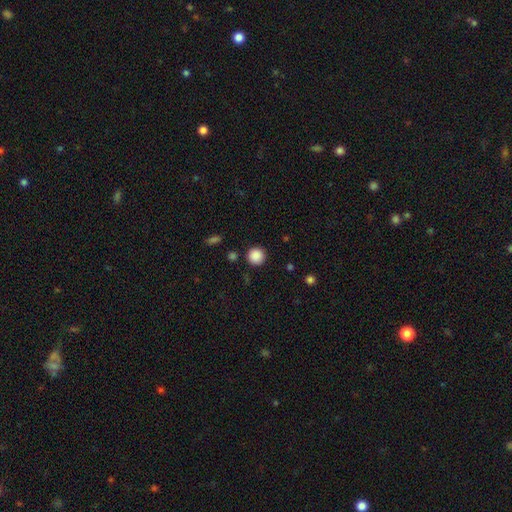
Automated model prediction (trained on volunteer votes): Smooth or featured?
  - smooth: 88% *
  - star or artifact: 9%
  - featured or disk: 3%
How rounded?
  - round: 95% *
  - in between: 4%
  - cigar-shaped: 1%
Merging?
  - none: 89% *
  - minor disturbance: 6%
  - major disturbance: 2%
  - merger: 2%